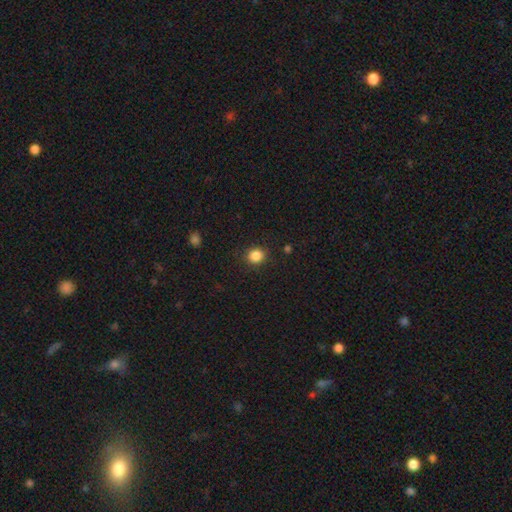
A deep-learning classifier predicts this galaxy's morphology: Q: Smooth or featured?
A: smooth (85%); runner-up: star or artifact (11%)
Q: How rounded?
A: round (83%); runner-up: in between (16%)
Q: Merging?
A: none (89%); runner-up: minor disturbance (8%)